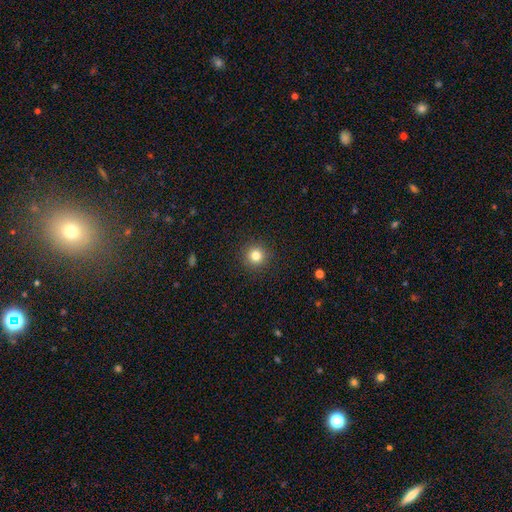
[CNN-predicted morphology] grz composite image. It shows a smooth galaxy with no disk features (82%) that is round (94%). Merging: none (92%).